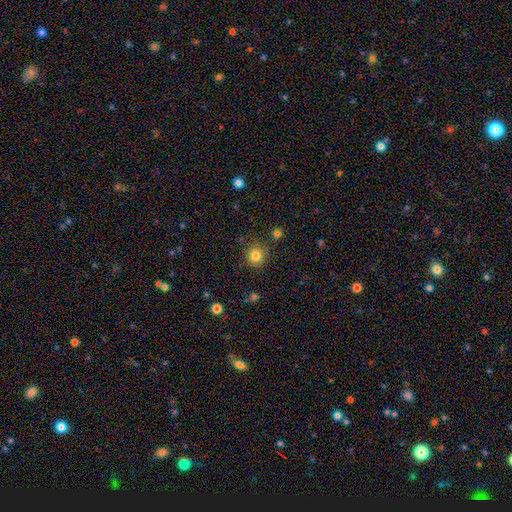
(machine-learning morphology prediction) smooth 82%, star or artifact 12%, featured or disk 6%. Down the decision tree: how rounded — round (93%); merging — none (86%).